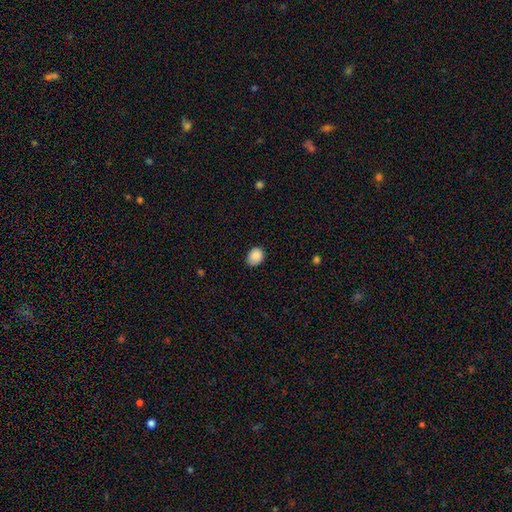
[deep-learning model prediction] Overall: smooth (87%). How rounded: in between (57%; round 42%). Merging: none (79%).